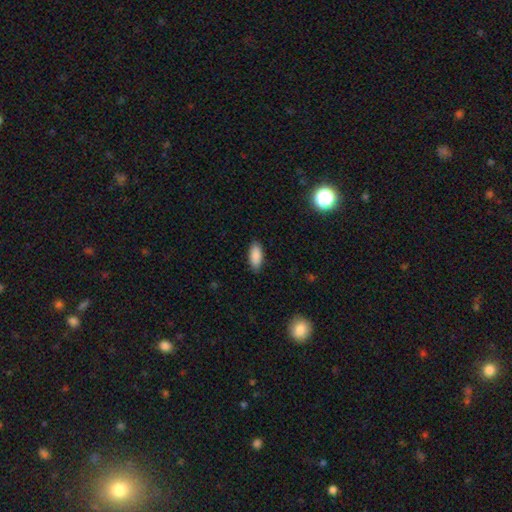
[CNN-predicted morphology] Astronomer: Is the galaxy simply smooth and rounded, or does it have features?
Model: smooth — 89%.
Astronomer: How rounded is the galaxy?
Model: in between — 87%.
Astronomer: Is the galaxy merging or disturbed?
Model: none — 86%.